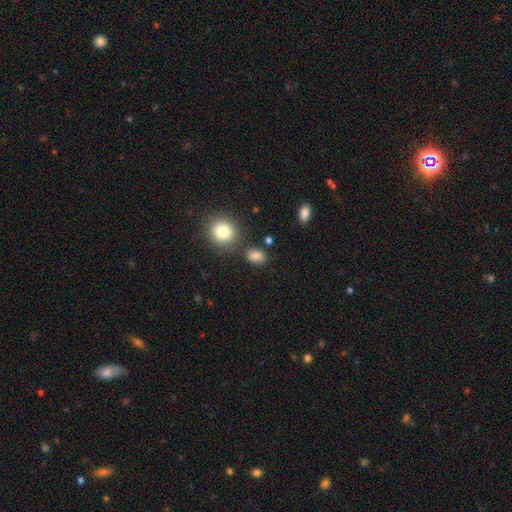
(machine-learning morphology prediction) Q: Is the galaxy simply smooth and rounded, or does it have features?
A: smooth — 84%.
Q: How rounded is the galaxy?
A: in between — 73%.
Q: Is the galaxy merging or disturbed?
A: none — 77%.